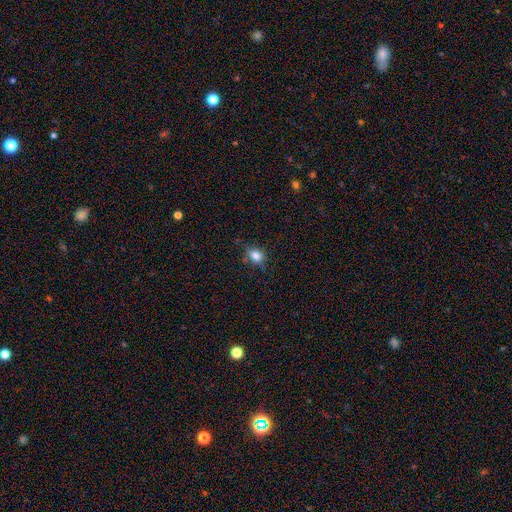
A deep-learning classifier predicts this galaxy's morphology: Overall: smooth (80%). How rounded: in between (62%; round 35%). Merging: none (70%).